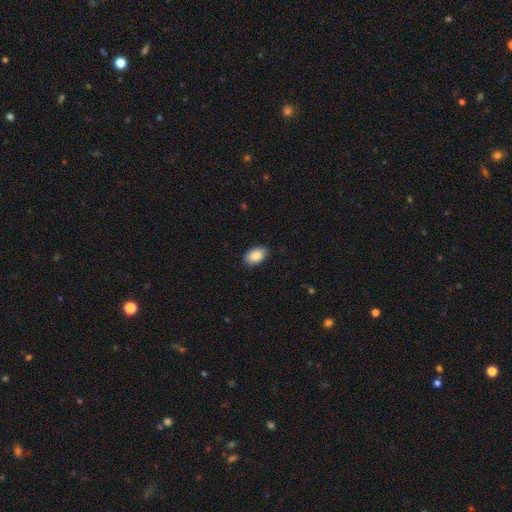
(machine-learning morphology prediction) A smooth galaxy with no disk features (88%) that is in between round and cigar-shaped (91%). Merging: none (87%).